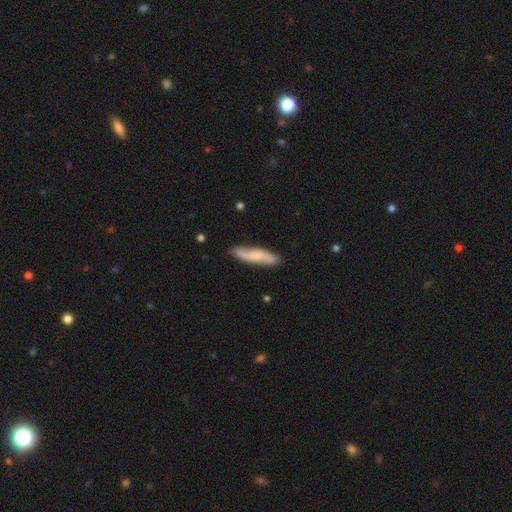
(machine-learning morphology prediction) Smooth or featured: smooth — 51% (featured or disk — 44%)
How rounded: cigar-shaped — 78% (in between — 20%)
Merging: none — 81% (minor disturbance — 14%)